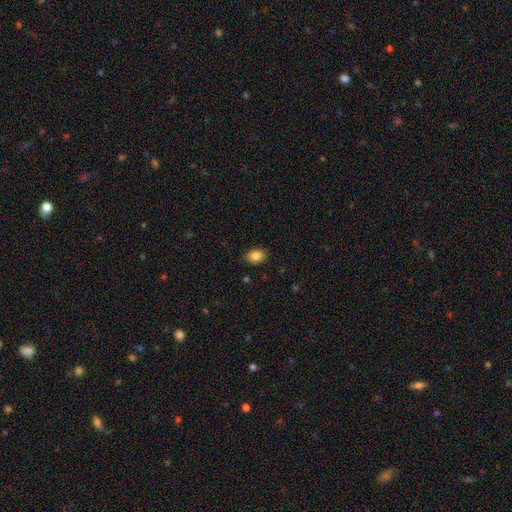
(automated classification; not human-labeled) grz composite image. It shows a smooth galaxy with no disk features (85%) that is in between round and cigar-shaped (73%). Merging: none (85%).